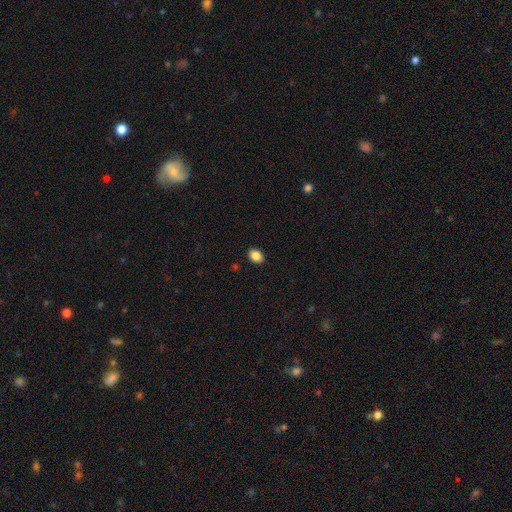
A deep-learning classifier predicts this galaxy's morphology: smooth 87%, star or artifact 9%, featured or disk 4%. Down the decision tree: how rounded — in between (68%); merging — none (90%).